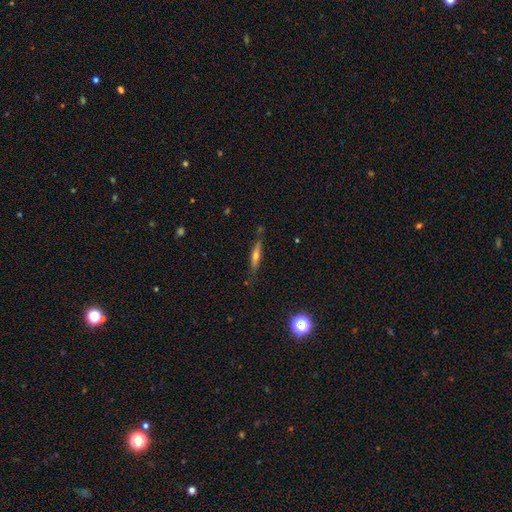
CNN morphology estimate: This is possibly a featured or disk galaxy (50%). Merging: likely none (78%).